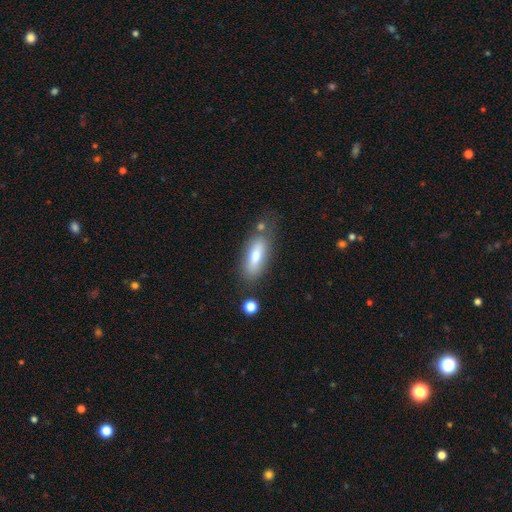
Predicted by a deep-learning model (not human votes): smooth 67%, featured or disk 25%, star or artifact 8%. Down the decision tree: how rounded — in between (71%); merging — none (66%).